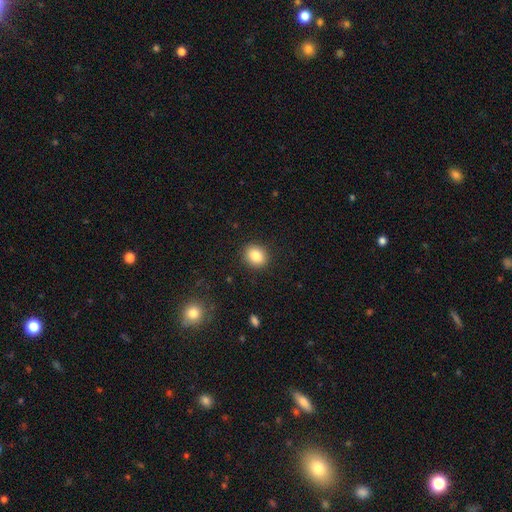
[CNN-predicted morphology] A smooth galaxy with no disk features (84%) that is round (67%). Merging: none (90%).